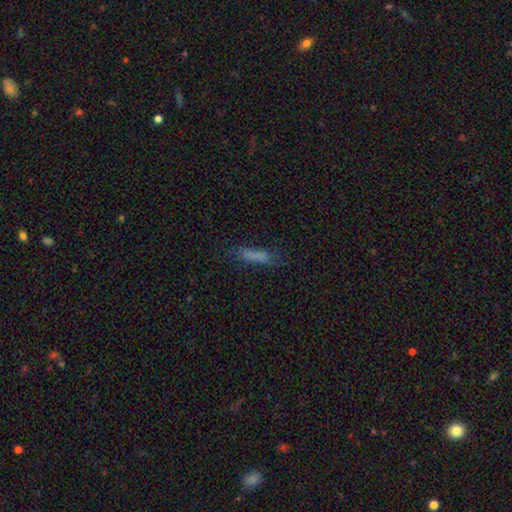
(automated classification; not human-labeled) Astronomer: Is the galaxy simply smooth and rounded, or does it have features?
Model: smooth — 71%.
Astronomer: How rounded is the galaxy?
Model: cigar-shaped — 80%.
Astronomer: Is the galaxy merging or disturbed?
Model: none — 65%.